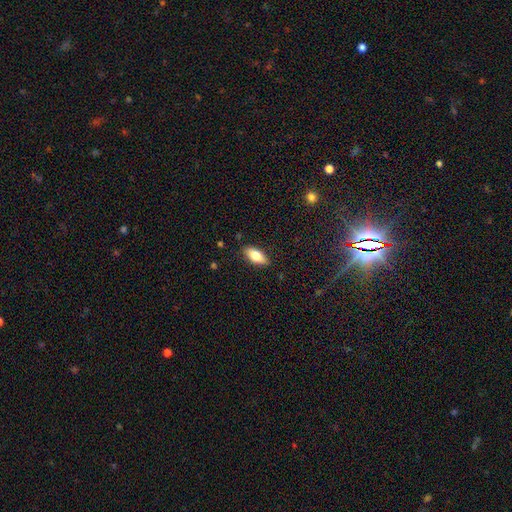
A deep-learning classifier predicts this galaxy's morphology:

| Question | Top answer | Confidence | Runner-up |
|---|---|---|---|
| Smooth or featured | smooth | 76% | featured or disk (18%) |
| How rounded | in between | 85% | cigar-shaped (12%) |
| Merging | none | 87% | minor disturbance (10%) |